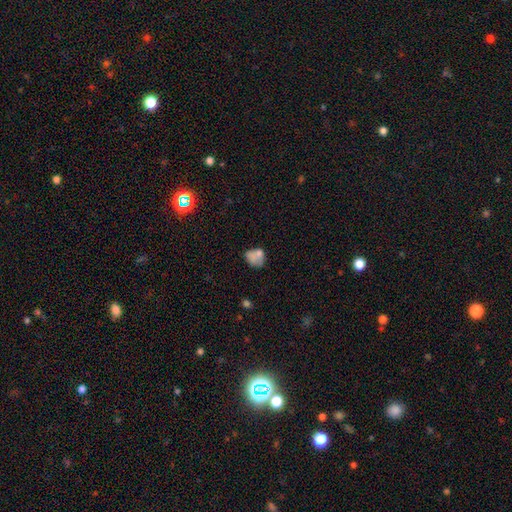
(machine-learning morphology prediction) This appears to be a smooth galaxy with no disk features (72%) that is round (53%). Merging: none (44%).